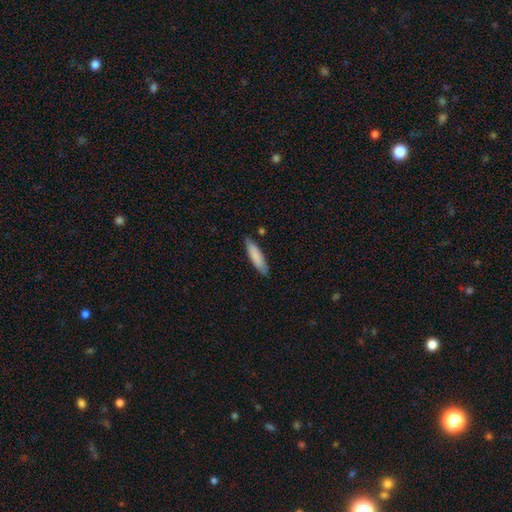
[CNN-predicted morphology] type=smooth (85%); roundness=cigar-shaped (71%); merging=none (85%).